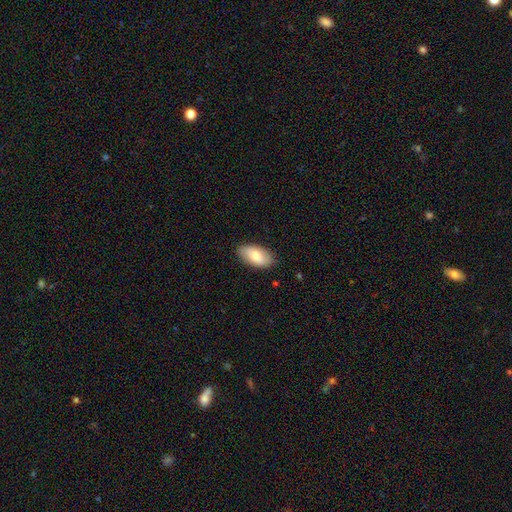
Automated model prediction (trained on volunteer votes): A smooth galaxy with no disk features (75%) that is in between round and cigar-shaped (94%).

Vote fractions:
- Smooth or featured? smooth: 75% / featured or disk: 19% / star or artifact: 6%
- How rounded? in between: 94% / cigar-shaped: 3% / round: 3%
- Merging? none: 85% / minor disturbance: 12% / major disturbance: 2% / merger: 1%